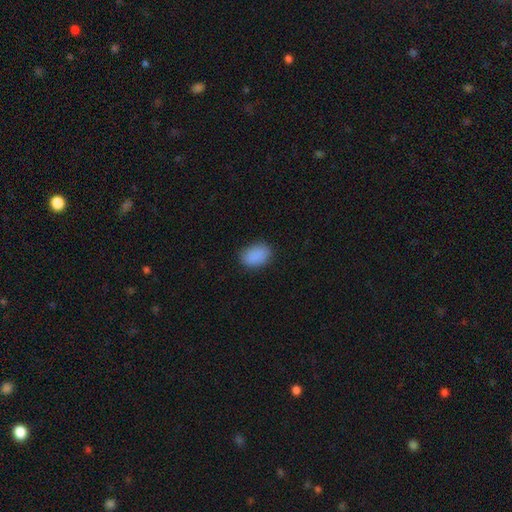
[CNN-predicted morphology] Smooth or featured? smooth (88%)
How rounded? in between (81%)
Merging? none (83%)